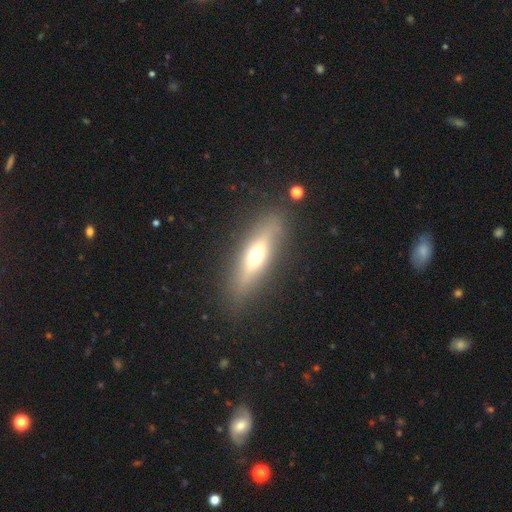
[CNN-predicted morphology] Overall: featured or disk (48%; smooth 44%). Merging: none (85%).